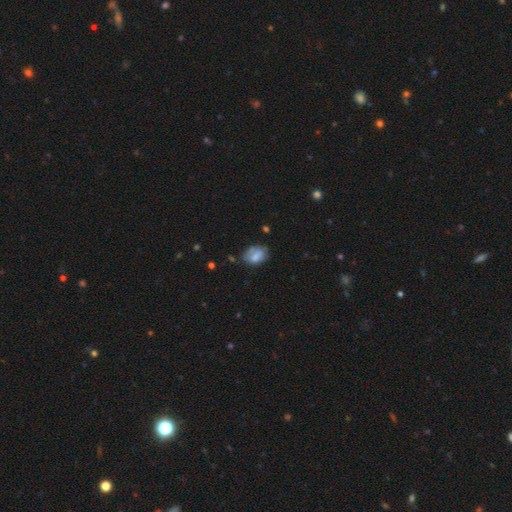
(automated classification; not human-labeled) smooth-or-featured: smooth: 69% | featured or disk: 21% | star or artifact: 10%
  how-rounded: in between: 78% | round: 21% | cigar-shaped: 1%
  merging: none: 53% | minor disturbance: 30% | major disturbance: 11% | merger: 5%